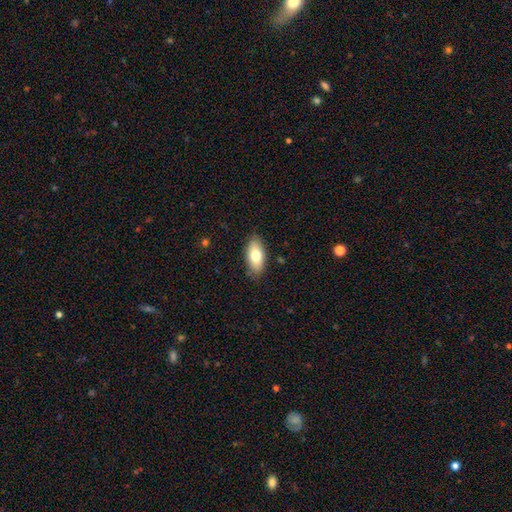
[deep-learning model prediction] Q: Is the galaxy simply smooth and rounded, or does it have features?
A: smooth — 75%.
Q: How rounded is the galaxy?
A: in between — 89%.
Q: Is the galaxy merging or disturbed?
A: none — 85%.